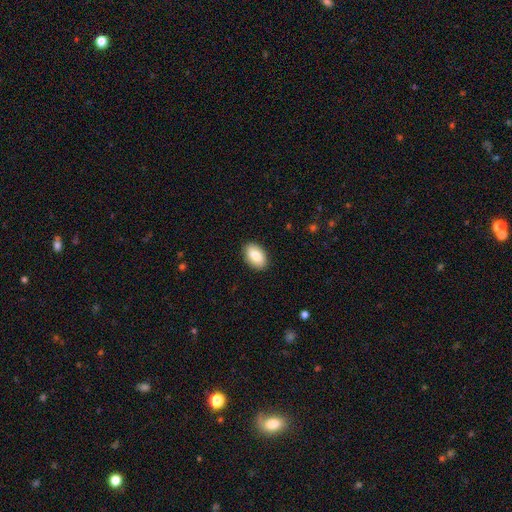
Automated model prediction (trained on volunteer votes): Smooth or featured: smooth — 83% (featured or disk — 10%)
How rounded: in between — 92% (round — 7%)
Merging: none — 89% (minor disturbance — 8%)